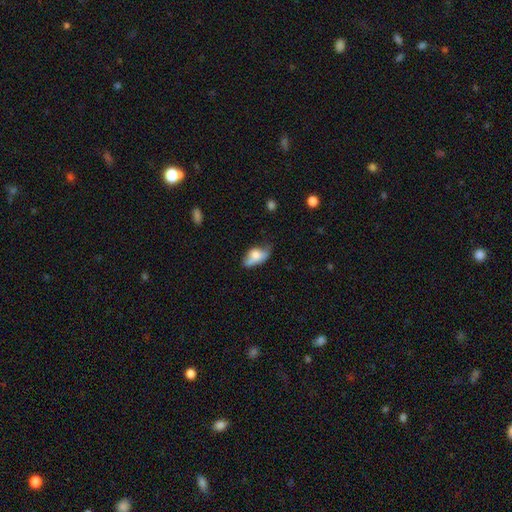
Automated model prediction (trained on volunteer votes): A smooth galaxy with no disk features (64%) that is in between round and cigar-shaped (85%). Merging: none (37%).